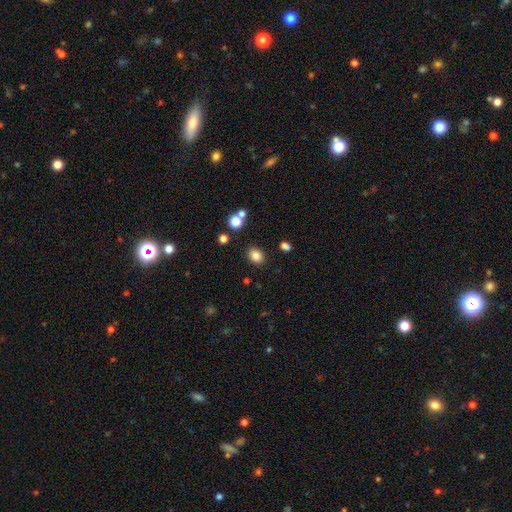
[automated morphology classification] Smooth or featured: smooth — 84% (star or artifact — 12%)
How rounded: in between — 53% (round — 46%)
Merging: none — 86% (minor disturbance — 8%)